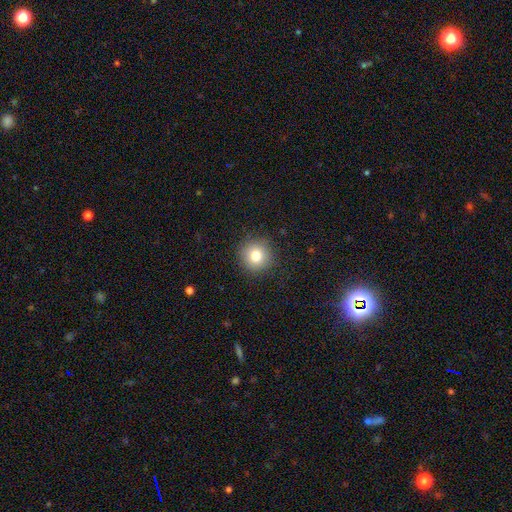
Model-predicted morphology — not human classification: The model was most divided on "smooth or featured": smooth: 79%, star or artifact: 12%, featured or disk: 9%. More confident: how rounded — round (94%); merging — none (90%).